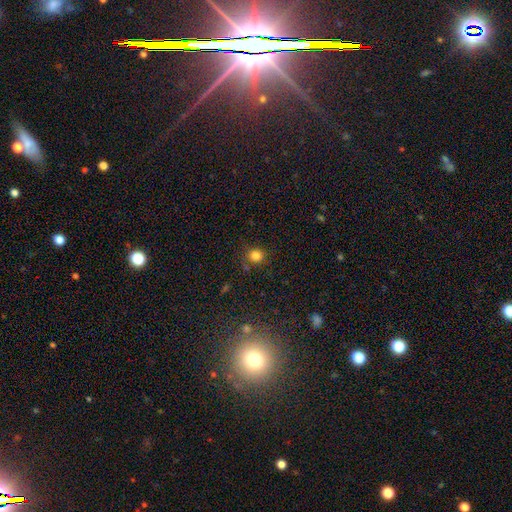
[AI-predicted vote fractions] Smooth or featured: smooth — 82% (star or artifact — 13%)
How rounded: round — 86% (in between — 13%)
Merging: none — 80% (minor disturbance — 12%)